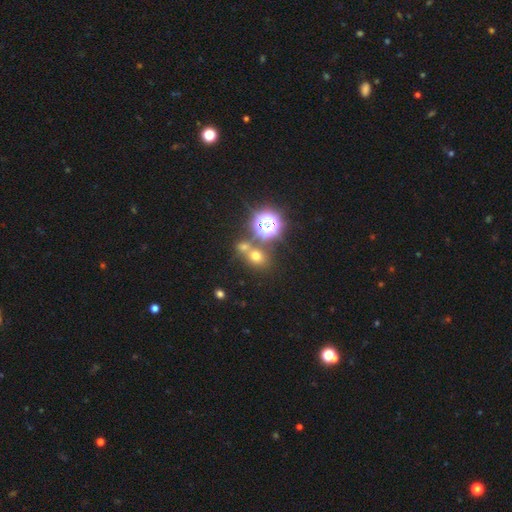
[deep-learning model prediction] A smooth galaxy with no disk features (57%) that is round (65%).

Vote fractions:
- Smooth or featured? smooth: 57% / star or artifact: 33% / featured or disk: 10%
- How rounded? round: 65% / in between: 33% / cigar-shaped: 1%
- Merging? none: 58% / merger: 28% / minor disturbance: 9% / major disturbance: 5%